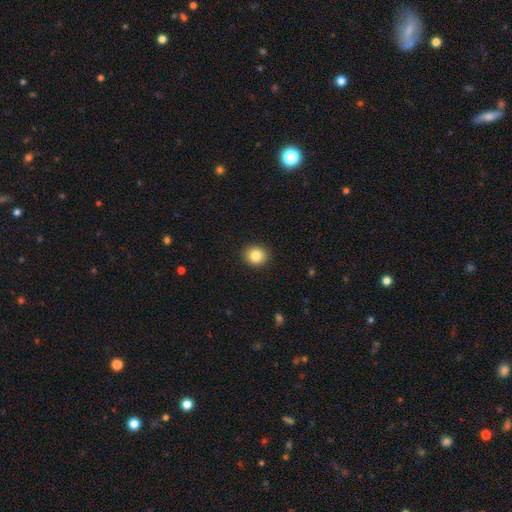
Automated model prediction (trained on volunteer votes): Morphology: type=smooth (84%); roundness=round (82%); merging=none (91%).